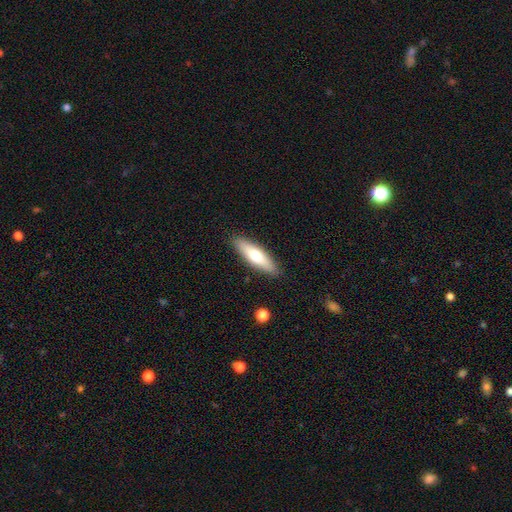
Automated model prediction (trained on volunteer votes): This appears to be a smooth galaxy with no disk features (66%) that is cigar-shaped (62%). Merging: none (88%).